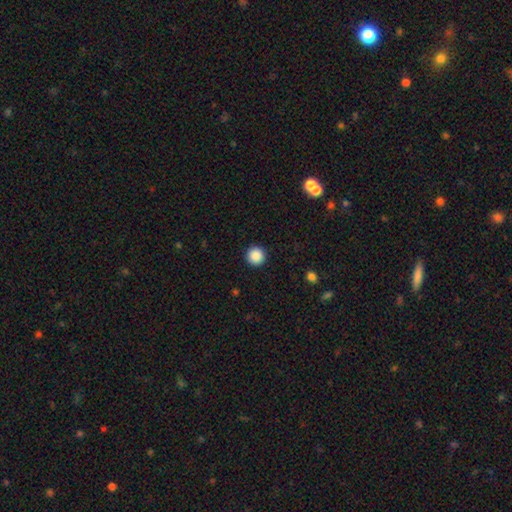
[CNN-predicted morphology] Smooth or featured? smooth (89%)
How rounded? round (96%)
Merging? none (93%)